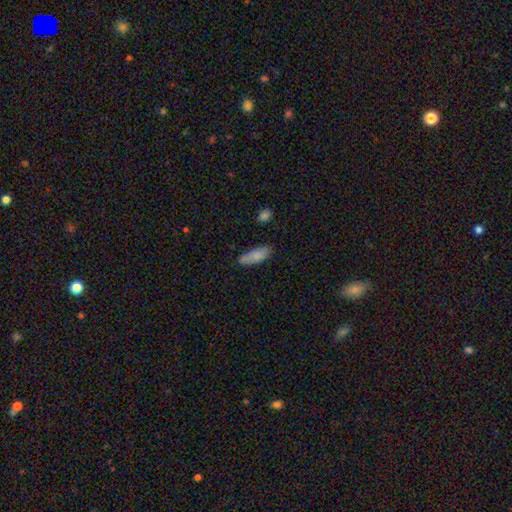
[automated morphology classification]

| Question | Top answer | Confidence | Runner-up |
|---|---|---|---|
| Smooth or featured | smooth | 83% | featured or disk (10%) |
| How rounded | in between | 67% | cigar-shaped (31%) |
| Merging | none | 76% | minor disturbance (18%) |